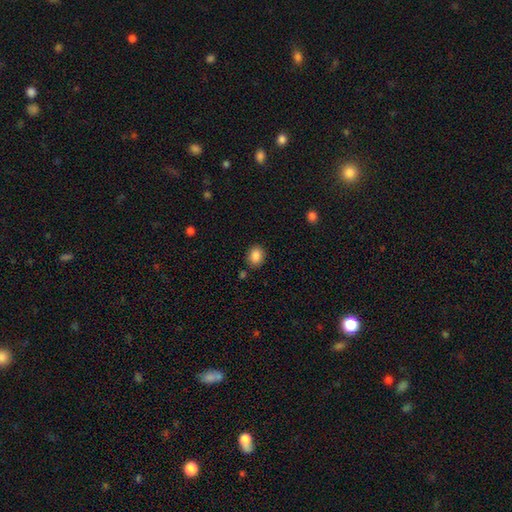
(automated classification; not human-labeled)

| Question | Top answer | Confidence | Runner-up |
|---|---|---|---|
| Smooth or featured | smooth | 86% | star or artifact (9%) |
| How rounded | round | 52% | in between (47%) |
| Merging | none | 86% | minor disturbance (9%) |